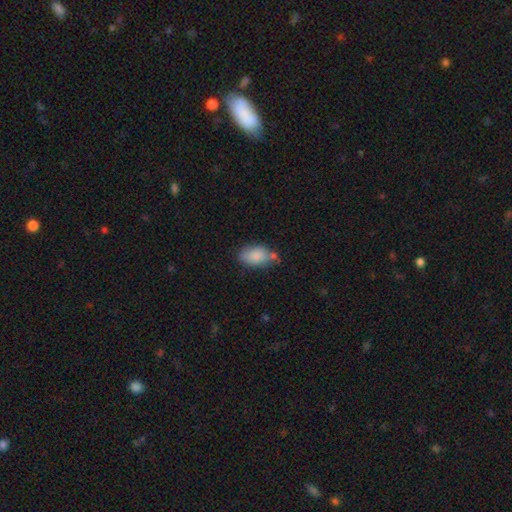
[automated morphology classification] A smooth galaxy with no disk features (85%) that is in between round and cigar-shaped (91%). Merging: none (61%).